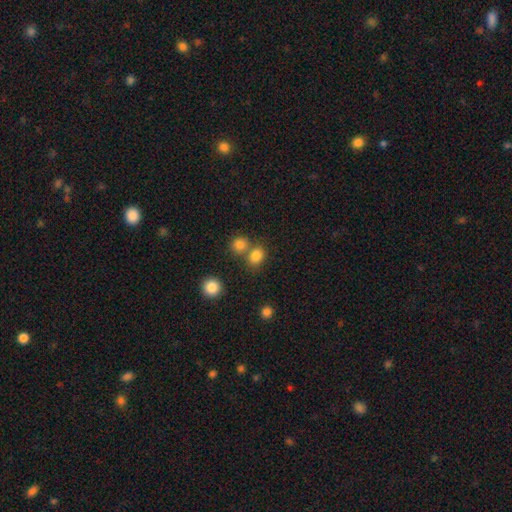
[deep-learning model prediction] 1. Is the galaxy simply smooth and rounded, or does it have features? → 81% smooth, 13% star or artifact, 6% featured or disk.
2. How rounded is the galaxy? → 56% round, 43% in between, 1% cigar-shaped.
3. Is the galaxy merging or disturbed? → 58% none, 29% merger, 9% minor disturbance, 4% major disturbance.